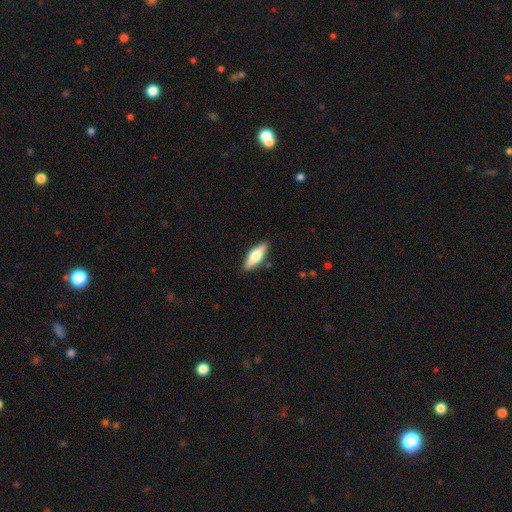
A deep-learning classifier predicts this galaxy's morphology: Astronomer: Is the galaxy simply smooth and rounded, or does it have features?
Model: smooth — 54% (runner-up: featured or disk, 40%).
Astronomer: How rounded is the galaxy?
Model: in between — 60% (runner-up: cigar-shaped, 37%).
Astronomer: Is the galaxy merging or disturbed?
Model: none — 87%.